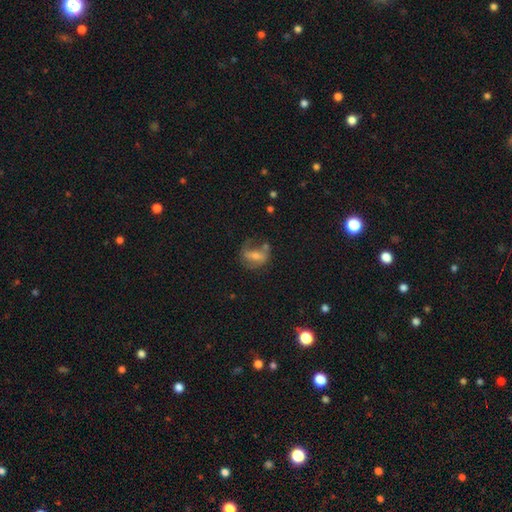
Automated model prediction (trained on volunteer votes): This is possibly a featured or disk galaxy (49%). Merging: marginally none (42%).